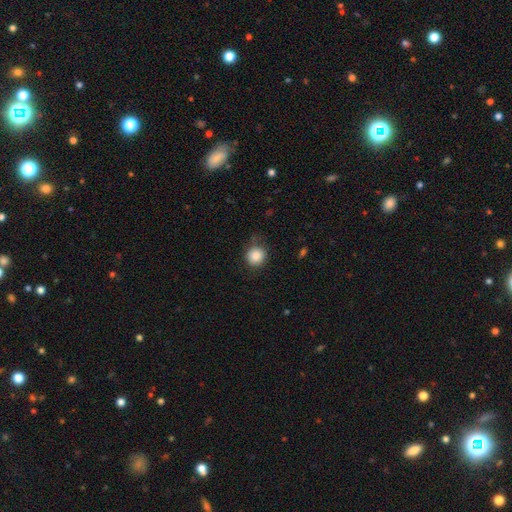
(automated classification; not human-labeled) smooth 86%, star or artifact 9%, featured or disk 5%. Down the decision tree: how rounded — round (90%); merging — none (72%).